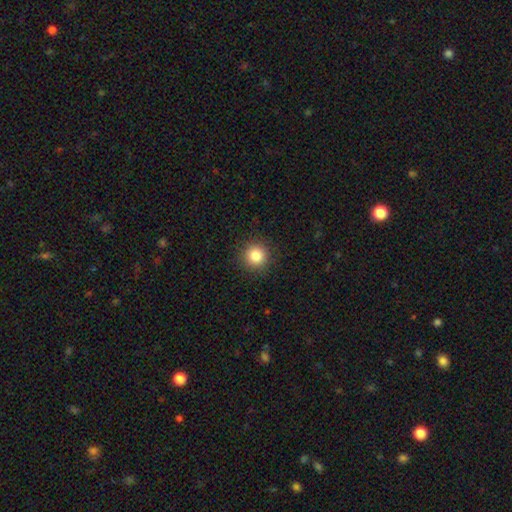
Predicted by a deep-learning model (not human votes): Smooth or featured? Predicted: smooth (p=0.84). How rounded? Predicted: round (p=0.94). Merging? Predicted: none (p=0.91).